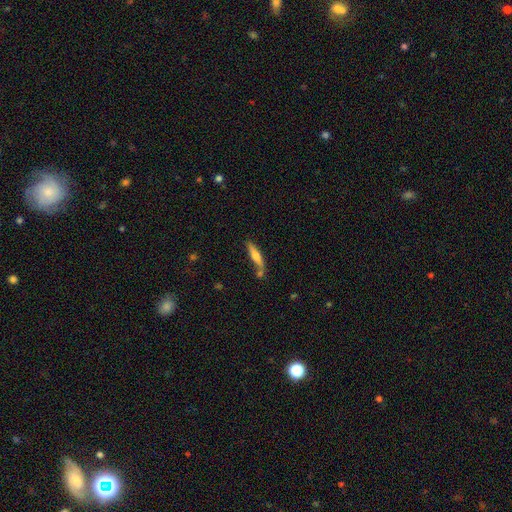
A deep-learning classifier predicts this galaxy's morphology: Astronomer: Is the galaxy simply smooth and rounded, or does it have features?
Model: smooth — 57% (runner-up: featured or disk, 37%).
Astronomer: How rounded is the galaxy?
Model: cigar-shaped — 83%.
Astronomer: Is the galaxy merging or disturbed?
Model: none — 65%.